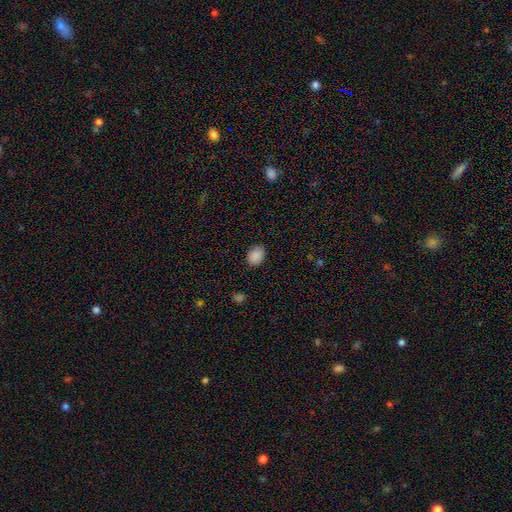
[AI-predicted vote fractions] Smooth or featured: smooth — 88% (star or artifact — 9%)
How rounded: in between — 64% (round — 35%)
Merging: none — 87% (minor disturbance — 10%)